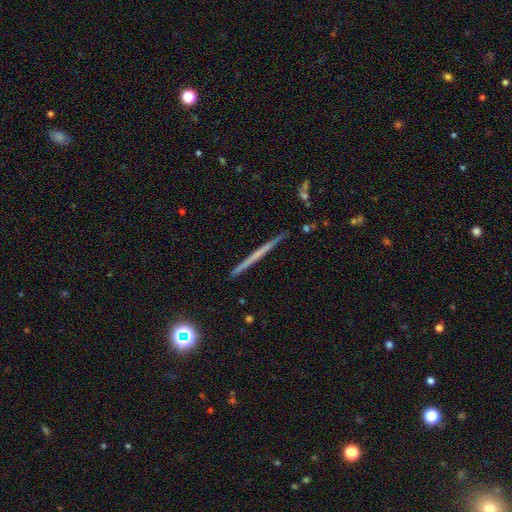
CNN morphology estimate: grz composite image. It shows a featured or disk galaxy (58%) viewed edge-on (98%) with no central bulge (88%). Merging: none (91%).